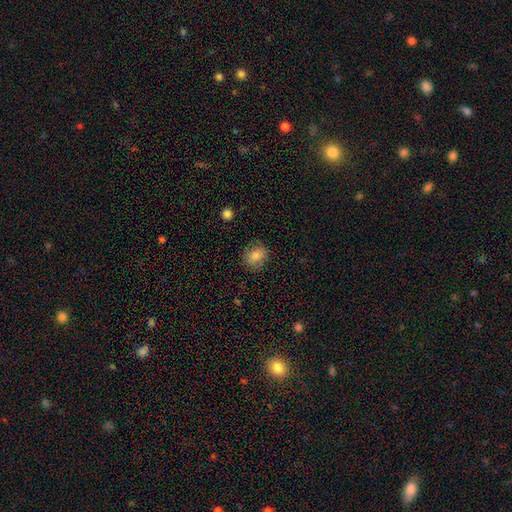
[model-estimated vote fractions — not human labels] Overall: smooth (84%). How rounded: round (67%; in between 32%). Merging: none (82%).